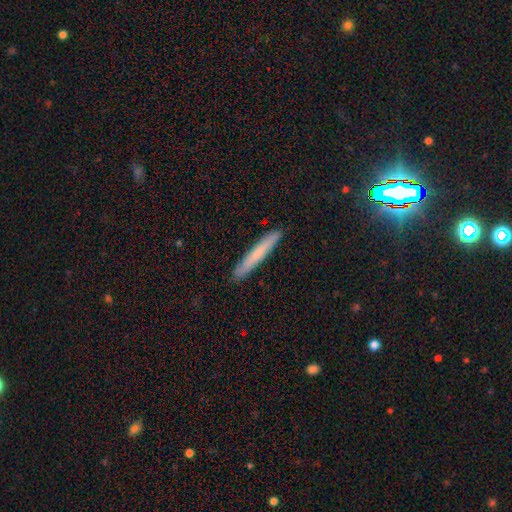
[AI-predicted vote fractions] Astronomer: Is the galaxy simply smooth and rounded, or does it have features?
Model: smooth — 68%.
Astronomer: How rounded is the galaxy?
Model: cigar-shaped — 96%.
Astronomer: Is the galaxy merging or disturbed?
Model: none — 91%.